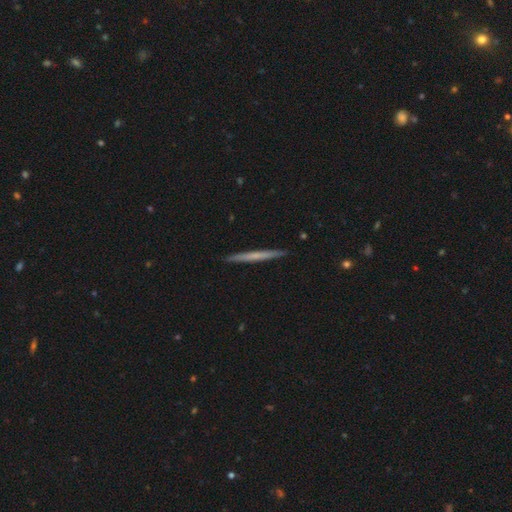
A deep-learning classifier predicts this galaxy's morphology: smooth-or-featured: smooth: 49% | featured or disk: 46% | star or artifact: 5%
  merging: none: 92% | minor disturbance: 6% | major disturbance: 1% | merger: 1%